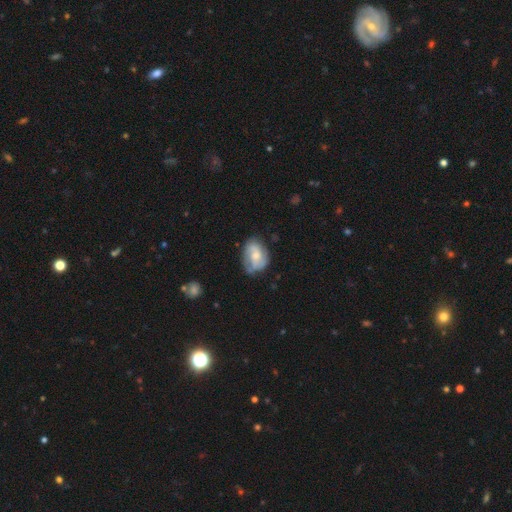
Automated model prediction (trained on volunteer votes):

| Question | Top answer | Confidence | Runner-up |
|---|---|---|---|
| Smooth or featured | featured or disk | 55% | smooth (38%) |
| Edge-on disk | no | 97% | yes (3%) |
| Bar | no | 58% | weak (35%) |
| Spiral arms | yes | 81% | no (19%) |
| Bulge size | moderate | 48% | small (36%) |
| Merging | none | 59% | minor disturbance (29%) |